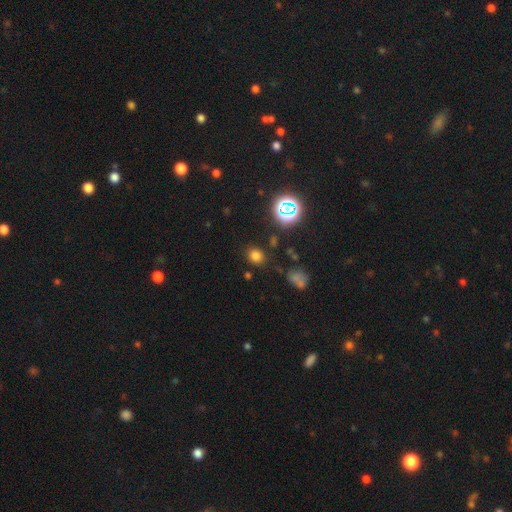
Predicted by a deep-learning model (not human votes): A smooth galaxy with no disk features (72%) that is round (72%). Merging: none (83%).